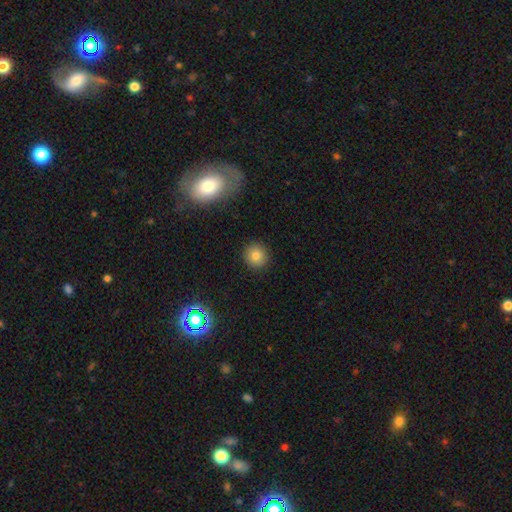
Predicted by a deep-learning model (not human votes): Smooth or featured? Predicted: smooth (p=0.80). How rounded? Predicted: round (p=0.92). Merging? Predicted: none (p=0.91).